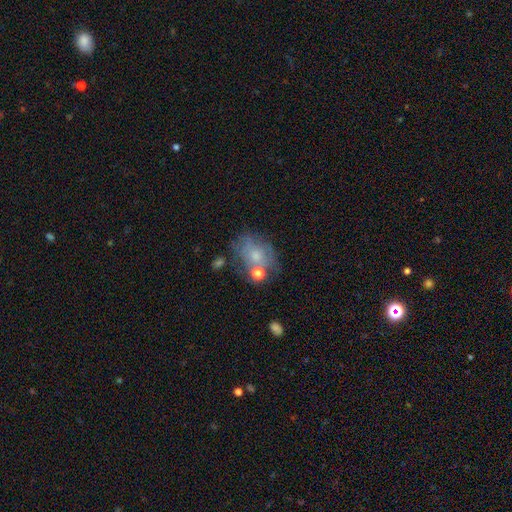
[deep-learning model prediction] A smooth galaxy with no disk features (49%). Merging: none (44%).